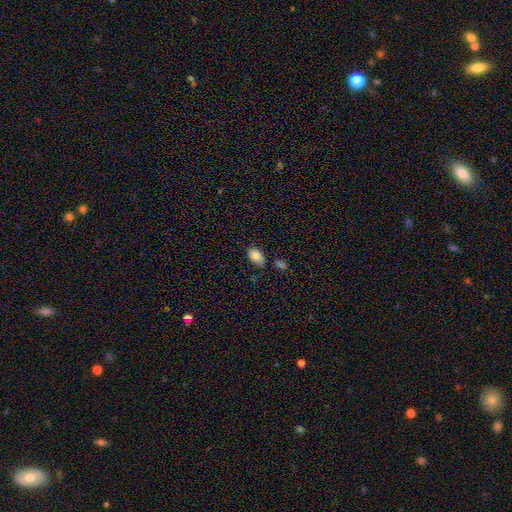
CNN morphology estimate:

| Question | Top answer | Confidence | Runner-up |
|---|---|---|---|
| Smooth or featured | smooth | 85% | star or artifact (8%) |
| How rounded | in between | 91% | round (8%) |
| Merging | none | 68% | minor disturbance (21%) |